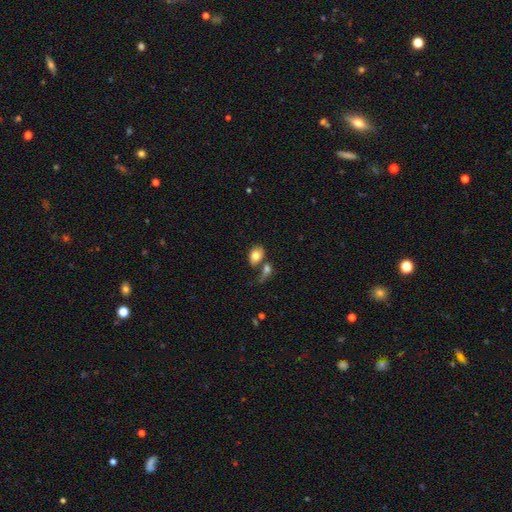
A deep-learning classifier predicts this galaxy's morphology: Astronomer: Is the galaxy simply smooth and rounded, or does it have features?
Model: smooth — 79%.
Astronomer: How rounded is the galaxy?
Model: in between — 82%.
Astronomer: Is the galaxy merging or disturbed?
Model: none — 47% (runner-up: merger, 32%).